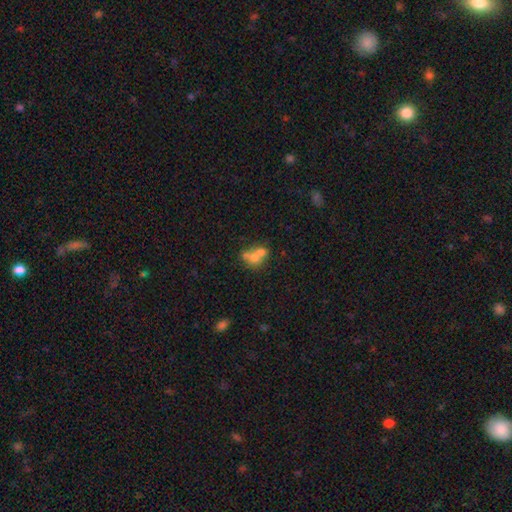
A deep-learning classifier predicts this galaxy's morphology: A smooth galaxy with no disk features (59%) that is round (58%). Merging: merger (62%).